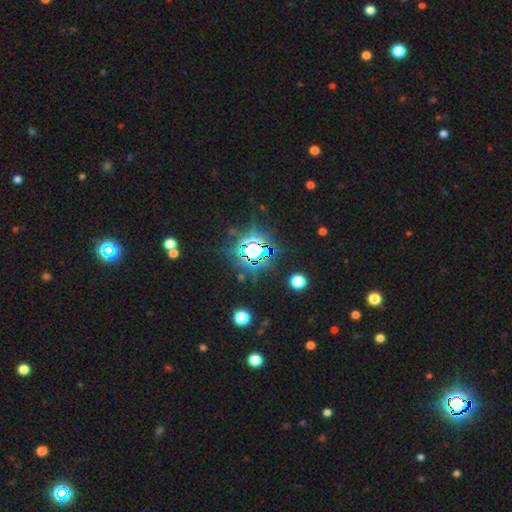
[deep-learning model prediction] Overall: star or artifact (76%).